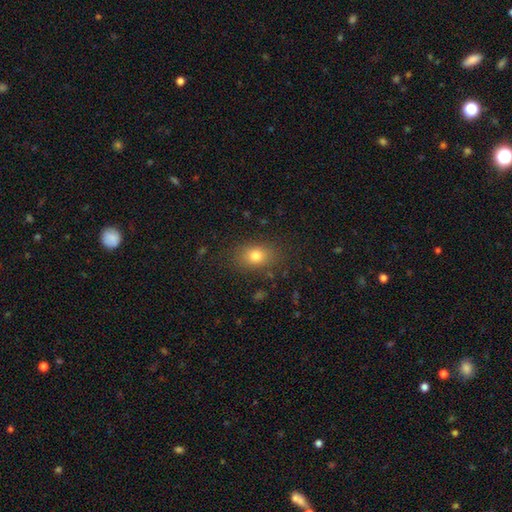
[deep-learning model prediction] This appears to be a smooth galaxy with no disk features (79%) that is in between round and cigar-shaped (70%). Merging: none (83%).